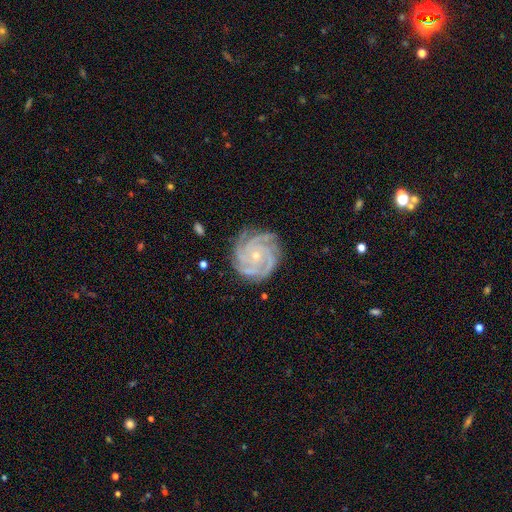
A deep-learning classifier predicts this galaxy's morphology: A featured or disk galaxy (91%) with no bar (78%), 4 (44%) tight (78%) spiral arms (99%) and a small central bulge (77%).

Vote fractions:
- Smooth or featured? featured or disk: 91% / star or artifact: 5% / smooth: 4%
- Edge-on disk? no: 98% / yes: 2%
- Bar? no: 78% / weak: 16% / strong: 6%
- Spiral arms? yes: 99% / no: 1%
- Spiral winding? tight: 78% / medium: 20% / loose: 2%
- Spiral arm count? 4: 44% / 3: 24% / more than 4: 10% / can't tell: 9% / 2: 7% / 1: 6%
- Bulge size? small: 77% / moderate: 20% / none: 1% / large: 1% / dominant: 1%
- Merging? none: 81% / minor disturbance: 14% / major disturbance: 4% / merger: 1%